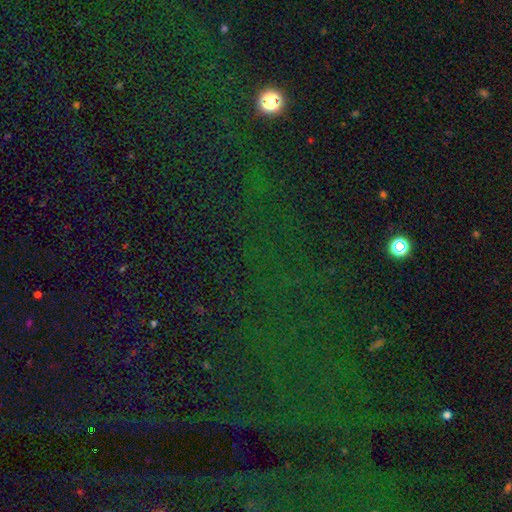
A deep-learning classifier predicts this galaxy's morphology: A star or artifact, not a galaxy (80%).

Vote fractions:
- Smooth or featured? star or artifact: 80% / smooth: 12% / featured or disk: 9%